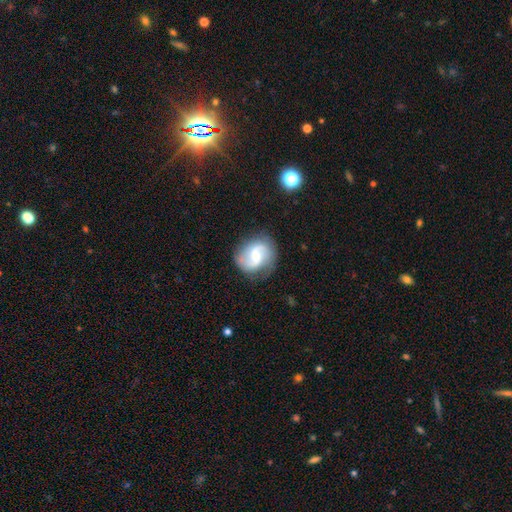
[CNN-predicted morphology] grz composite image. It shows a featured or disk galaxy (79%) with a weak bar (50%), 2 (90%) medium (45%) spiral arms (95%) and a small central bulge (49%). Merging: none (79%).